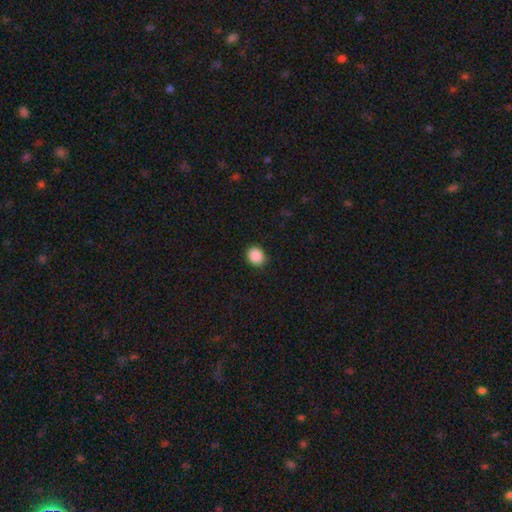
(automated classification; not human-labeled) Smooth or featured: smooth — 89% (star or artifact — 8%)
How rounded: round — 68% (in between — 31%)
Merging: none — 89% (minor disturbance — 8%)